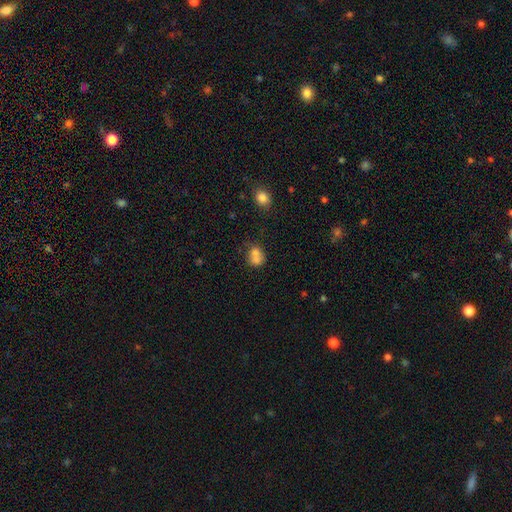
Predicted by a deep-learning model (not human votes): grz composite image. It shows a smooth galaxy with no disk features (73%) that is round (58%). Merging: merger (52%).